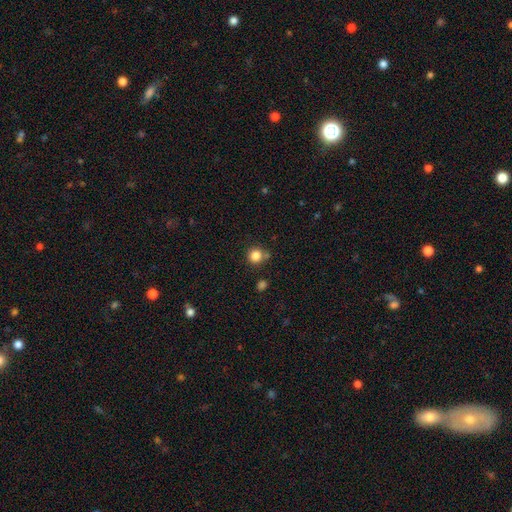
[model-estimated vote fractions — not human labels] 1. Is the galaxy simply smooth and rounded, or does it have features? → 83% smooth, 12% star or artifact, 5% featured or disk.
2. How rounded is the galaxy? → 93% round, 6% in between, 1% cigar-shaped.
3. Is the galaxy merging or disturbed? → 78% none, 10% minor disturbance, 9% merger, 3% major disturbance.